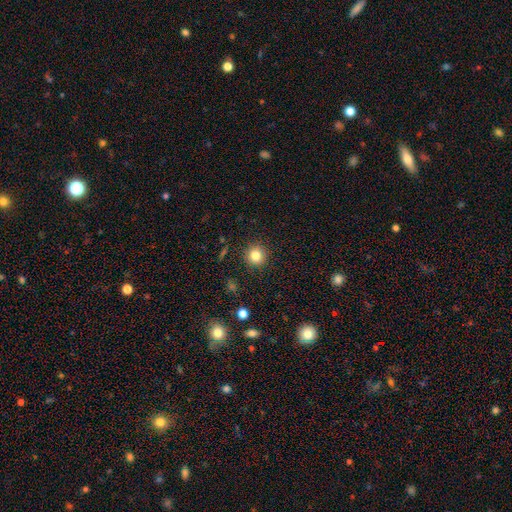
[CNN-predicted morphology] A smooth galaxy with no disk features (82%) that is round (93%).

Vote fractions:
- Smooth or featured? smooth: 82% / star or artifact: 12% / featured or disk: 6%
- How rounded? round: 93% / in between: 6% / cigar-shaped: 1%
- Merging? none: 91% / minor disturbance: 6% / major disturbance: 2% / merger: 1%